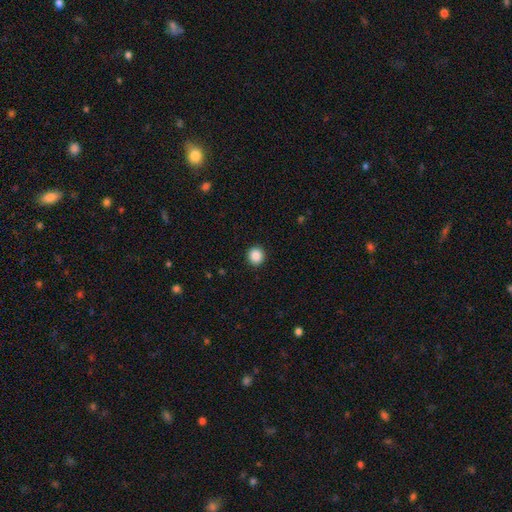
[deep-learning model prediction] smooth_or_featured: smooth (p=0.88) [alt: star or artifact p=0.09]
how_rounded: round (p=0.92) [alt: in between p=0.07]
merging: none (p=0.93) [alt: minor disturbance p=0.05]